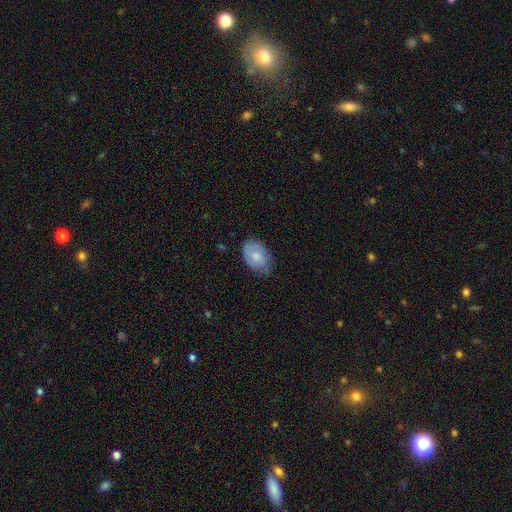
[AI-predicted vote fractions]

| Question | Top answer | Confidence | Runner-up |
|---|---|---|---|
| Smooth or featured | smooth | 67% | featured or disk (26%) |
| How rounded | in between | 85% | round (14%) |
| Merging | none | 60% | minor disturbance (31%) |